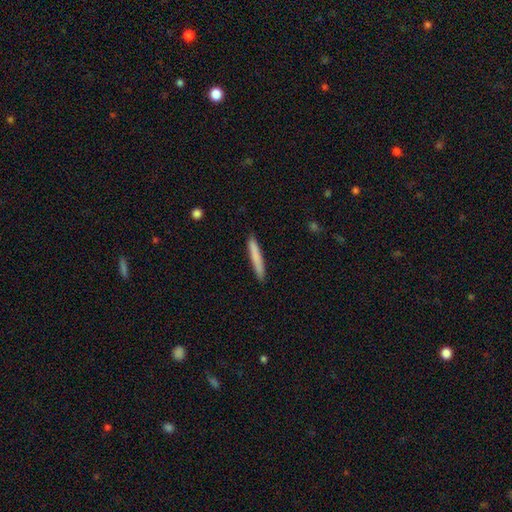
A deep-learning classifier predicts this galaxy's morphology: A smooth galaxy with no disk features (78%) that is cigar-shaped (96%).

Vote fractions:
- Smooth or featured? smooth: 78% / featured or disk: 17% / star or artifact: 6%
- How rounded? cigar-shaped: 96% / in between: 3% / round: 1%
- Merging? none: 90% / minor disturbance: 7% / major disturbance: 1% / merger: 1%